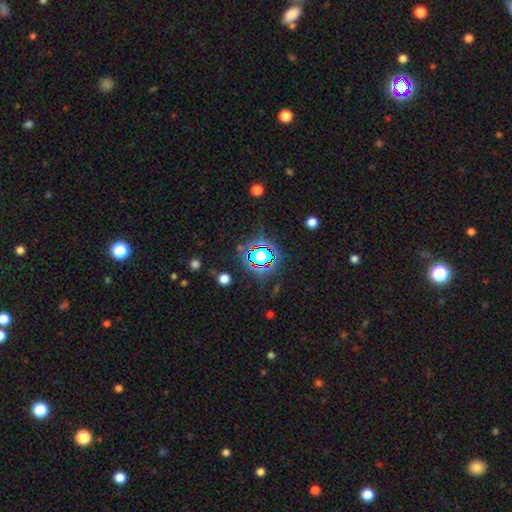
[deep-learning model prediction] Morphology: type=star or artifact (62%).